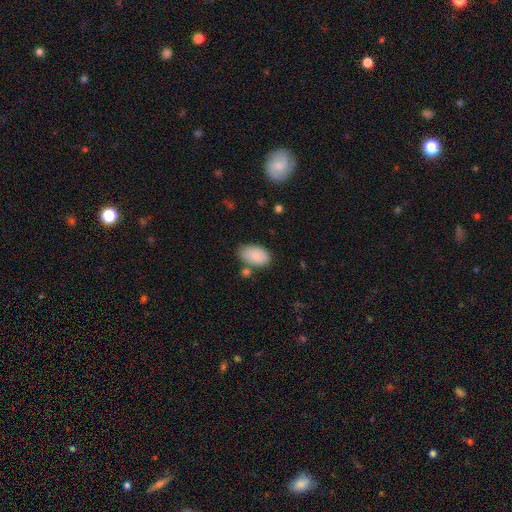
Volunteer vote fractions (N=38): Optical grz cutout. It shows a smooth galaxy with no disk features (92%) that is in between round and cigar-shaped (94%). Merging: none (86%).